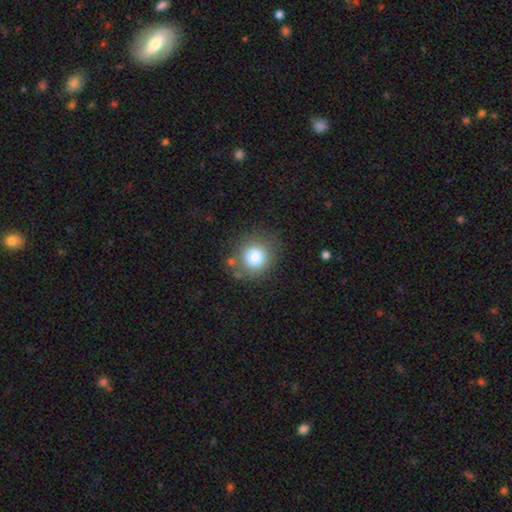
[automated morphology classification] smooth 76%, star or artifact 14%, featured or disk 10%. Down the decision tree: how rounded — round (87%); merging — none (82%).